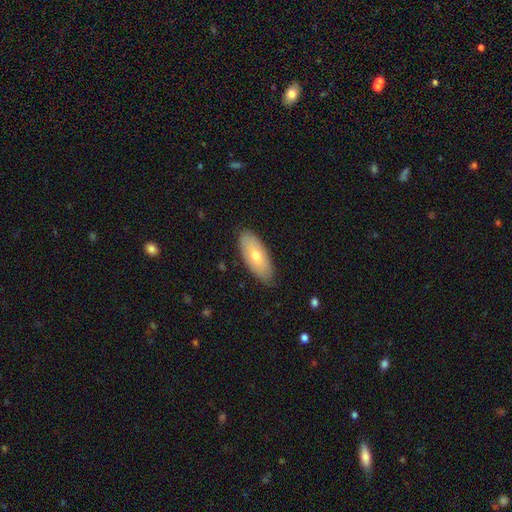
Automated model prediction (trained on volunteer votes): smooth-or-featured: smooth: 63% | featured or disk: 31% | star or artifact: 6%
  how-rounded: in between: 85% | cigar-shaped: 13% | round: 3%
  merging: none: 84% | minor disturbance: 13% | major disturbance: 2% | merger: 1%